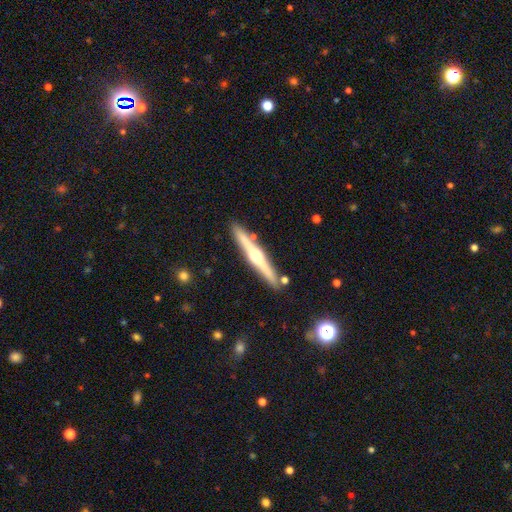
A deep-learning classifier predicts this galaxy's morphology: Q: Smooth or featured?
A: featured or disk (73%); runner-up: smooth (21%)
Q: Edge-on disk?
A: yes (98%); runner-up: no (2%)
Q: Edge-on bulge?
A: rounded (93%); runner-up: none (4%)
Q: Merging?
A: none (87%); runner-up: minor disturbance (8%)